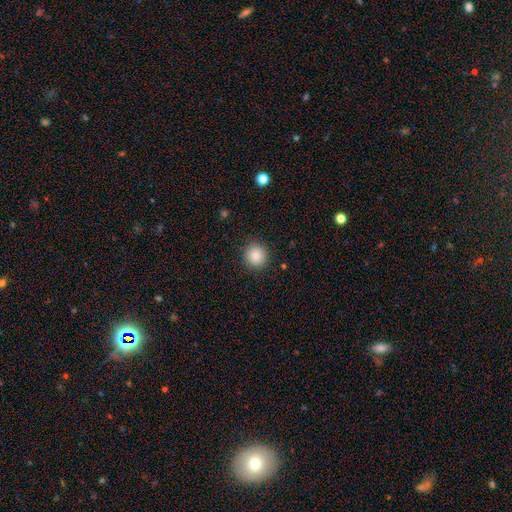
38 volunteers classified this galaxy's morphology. Smooth or featured? smooth (95%)
How rounded? round (100%)
Merging? none (92%)